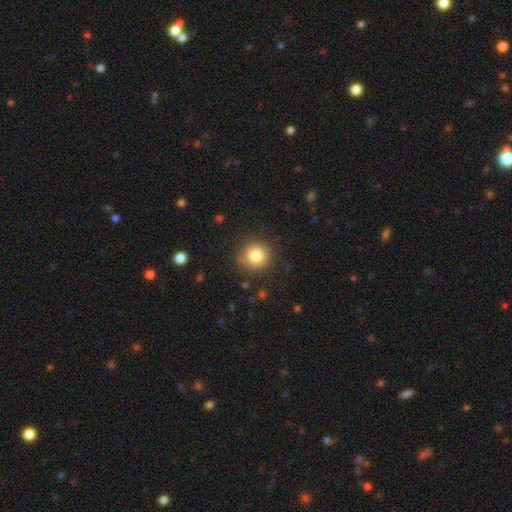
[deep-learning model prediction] Smooth or featured? smooth (82%)
How rounded? round (93%)
Merging? none (87%)